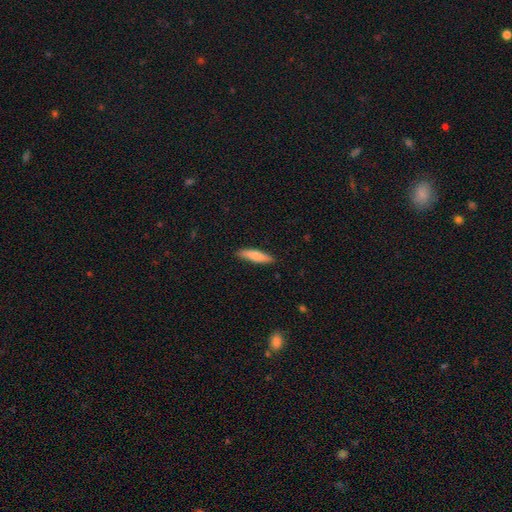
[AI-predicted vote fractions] This appears to be a smooth galaxy with no disk features (77%) that is cigar-shaped (77%). Merging: none (87%).